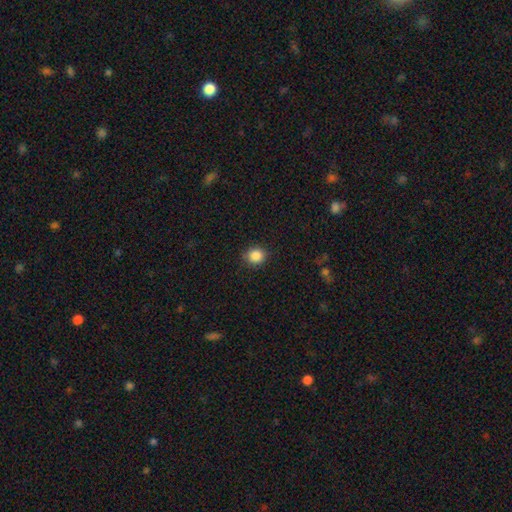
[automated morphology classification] This is clearly a smooth galaxy (87%). How rounded: clearly round (86%). Merging: clearly none (87%).